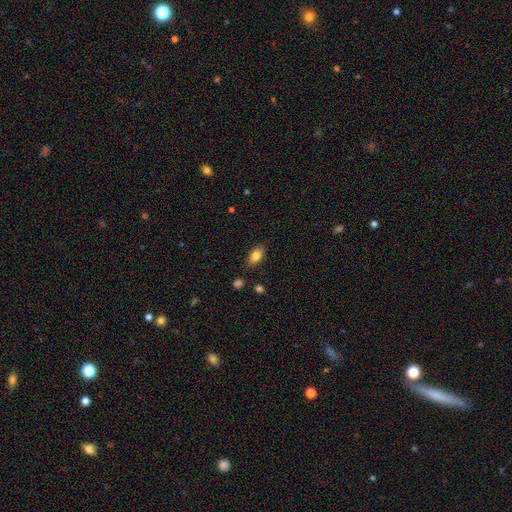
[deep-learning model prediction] Smooth or featured? smooth (82%)
How rounded? in between (88%)
Merging? none (83%)